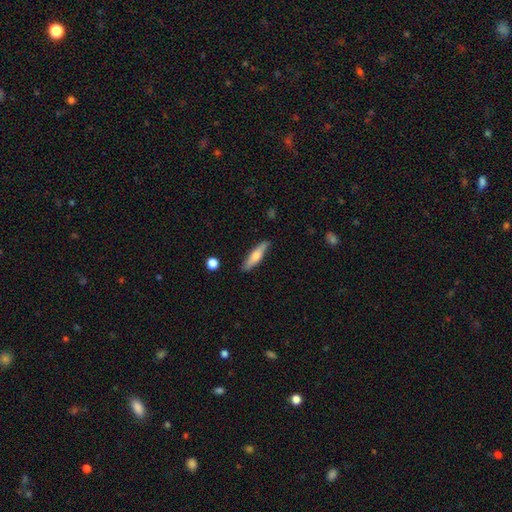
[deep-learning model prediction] smooth 58%, featured or disk 36%, star or artifact 6%. Down the decision tree: how rounded — cigar-shaped (76%); merging — none (85%).